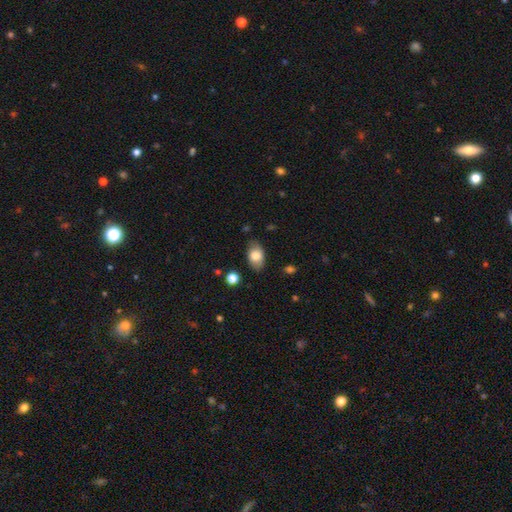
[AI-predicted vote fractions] Q: Smooth or featured?
A: smooth (78%); runner-up: featured or disk (15%)
Q: How rounded?
A: in between (88%); runner-up: round (10%)
Q: Merging?
A: none (80%); runner-up: minor disturbance (15%)